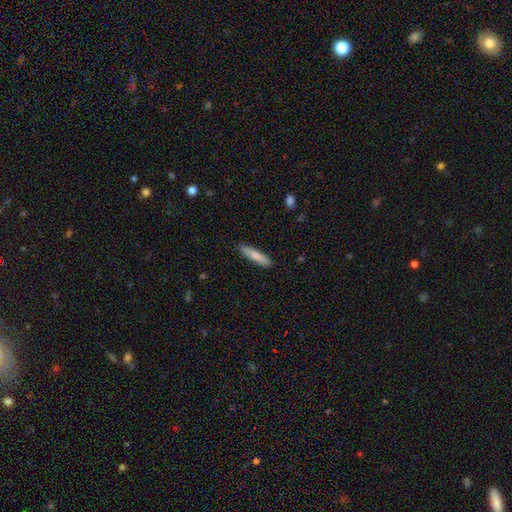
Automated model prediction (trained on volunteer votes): The model was most divided on "smooth or featured": smooth: 79%, featured or disk: 15%, star or artifact: 5%. More confident: merging — none (88%); how rounded — cigar-shaped (84%).